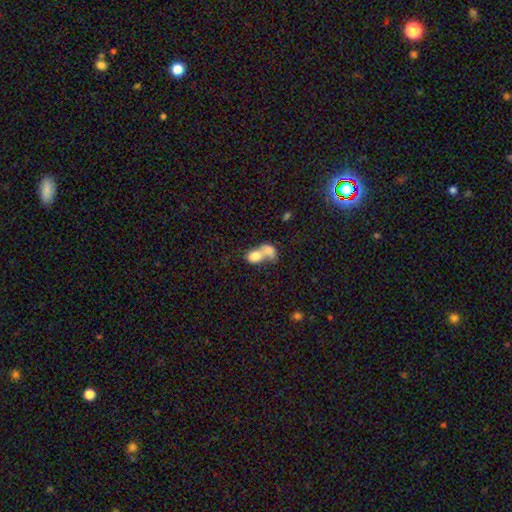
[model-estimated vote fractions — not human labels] This is likely a smooth galaxy (76%). How rounded: likely in between (65%). Merging: likely merger (78%).